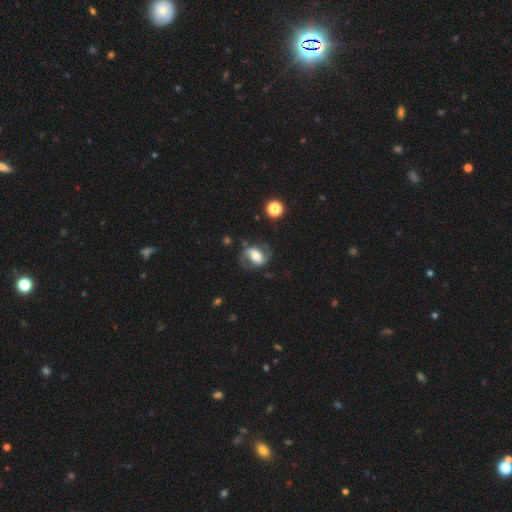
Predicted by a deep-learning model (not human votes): featured or disk 72%, smooth 21%, star or artifact 7%. Down the decision tree: edge-on disk — no (96%); bar — strong (36%, tied with weak); spiral arms — yes (89%); spiral arm count — 2 (90%); spiral winding — medium (47%); bulge size — moderate (57%); merging — none (70%).